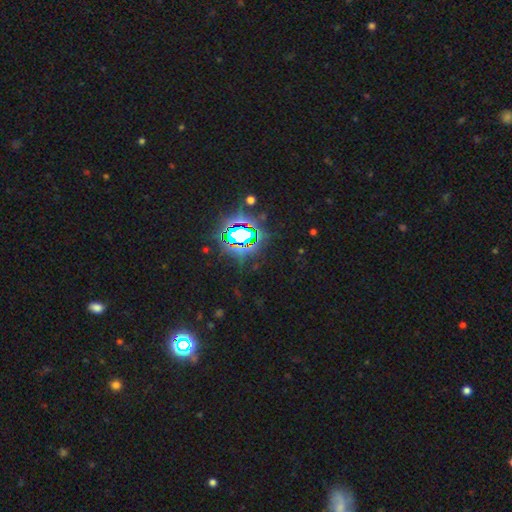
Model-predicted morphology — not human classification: The model was most divided on "smooth or featured": star or artifact: 85%, smooth: 9%, featured or disk: 6%.